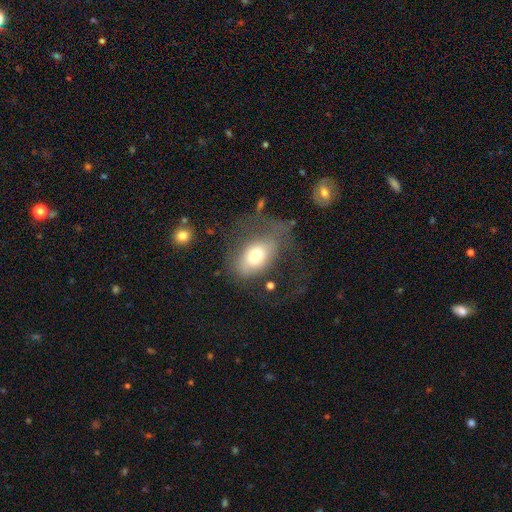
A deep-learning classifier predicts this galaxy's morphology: type=smooth (68%); roundness=in between (86%); merging=major disturbance (40%).